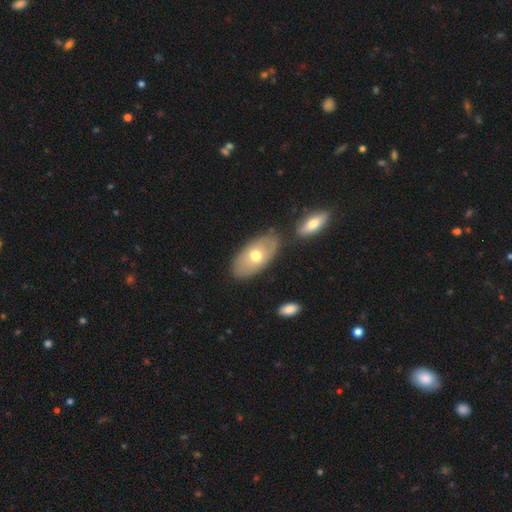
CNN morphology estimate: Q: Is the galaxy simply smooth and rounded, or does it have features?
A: smooth — 63%.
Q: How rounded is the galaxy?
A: in between — 93%.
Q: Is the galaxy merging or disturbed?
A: none — 73%.